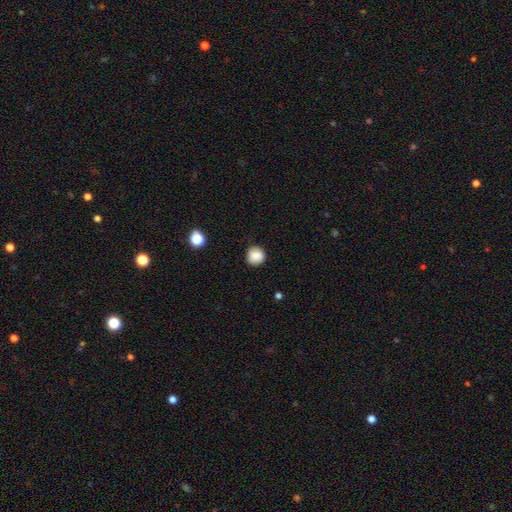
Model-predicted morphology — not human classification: Q: Smooth or featured?
A: smooth (86%); runner-up: star or artifact (9%)
Q: How rounded?
A: round (91%); runner-up: in between (8%)
Q: Merging?
A: none (86%); runner-up: minor disturbance (11%)